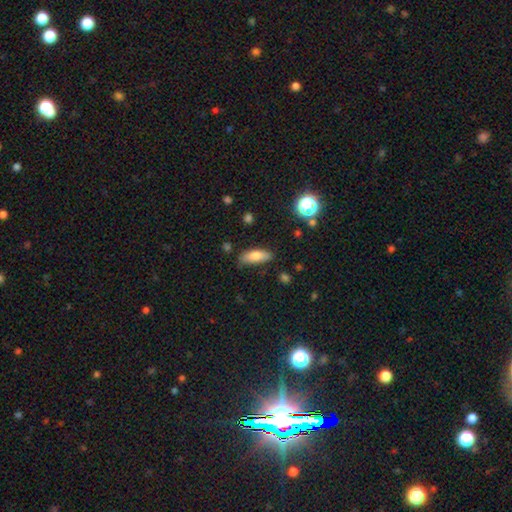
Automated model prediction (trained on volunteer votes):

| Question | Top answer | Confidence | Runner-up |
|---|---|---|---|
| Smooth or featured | smooth | 79% | featured or disk (12%) |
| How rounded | in between | 72% | cigar-shaped (25%) |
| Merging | none | 77% | minor disturbance (17%) |